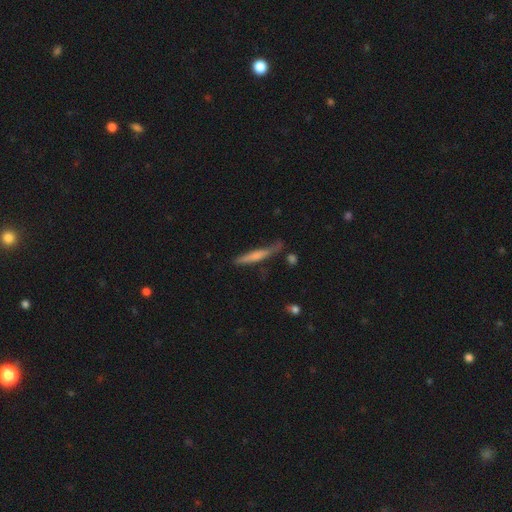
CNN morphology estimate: The model was most divided on "smooth or featured": smooth: 56%, featured or disk: 38%, star or artifact: 6%. More confident: how rounded — cigar-shaped (93%); merging — none (62%).